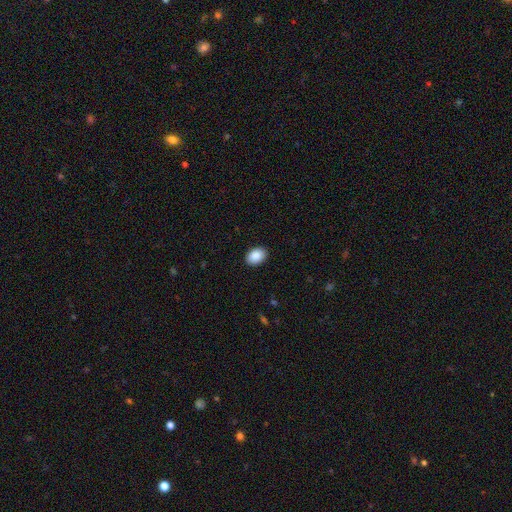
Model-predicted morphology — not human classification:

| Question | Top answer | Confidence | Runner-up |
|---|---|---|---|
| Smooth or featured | smooth | 90% | star or artifact (7%) |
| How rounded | in between | 80% | round (19%) |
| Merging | none | 90% | minor disturbance (7%) |